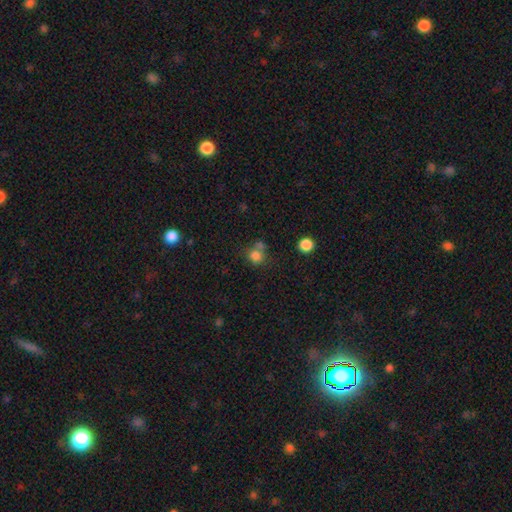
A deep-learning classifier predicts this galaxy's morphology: This is likely a smooth galaxy (79%). How rounded: clearly round (87%). Merging: possibly none (57%).